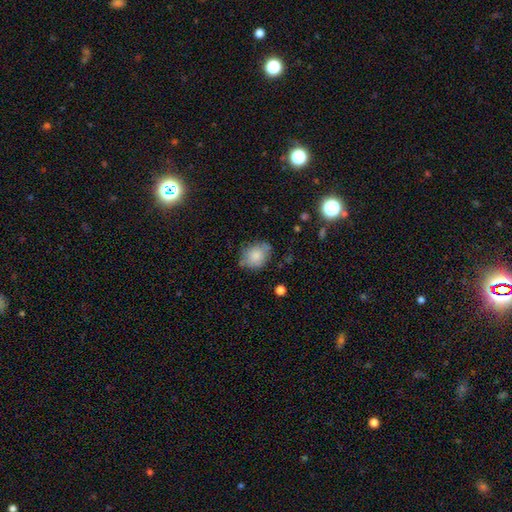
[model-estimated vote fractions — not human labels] A smooth galaxy with no disk features (80%) that is in between round and cigar-shaped (52%).

Vote fractions:
- Smooth or featured? smooth: 80% / featured or disk: 12% / star or artifact: 8%
- How rounded? in between: 52% / round: 46% / cigar-shaped: 1%
- Merging? none: 64% / minor disturbance: 26% / major disturbance: 7% / merger: 3%